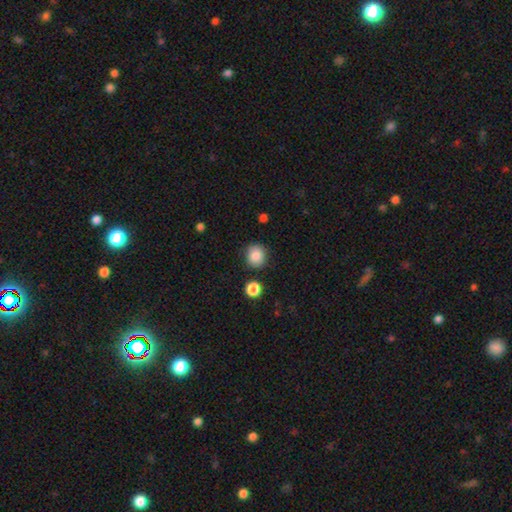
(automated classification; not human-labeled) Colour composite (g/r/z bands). It shows a smooth galaxy with no disk features (86%) that is round (84%). Merging: none (85%).